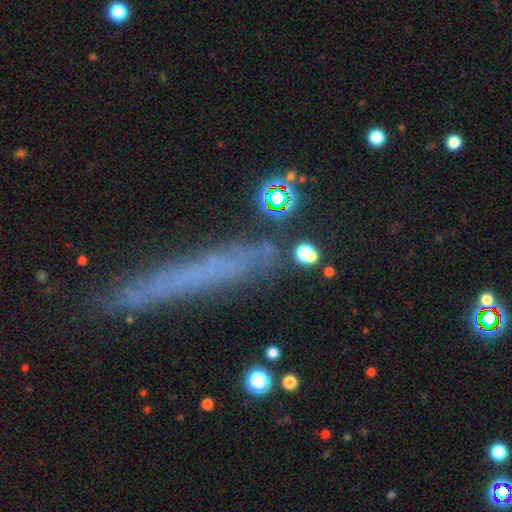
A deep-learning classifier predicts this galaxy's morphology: Overall: smooth (44%; featured or disk 37%). Merging: none (79%).